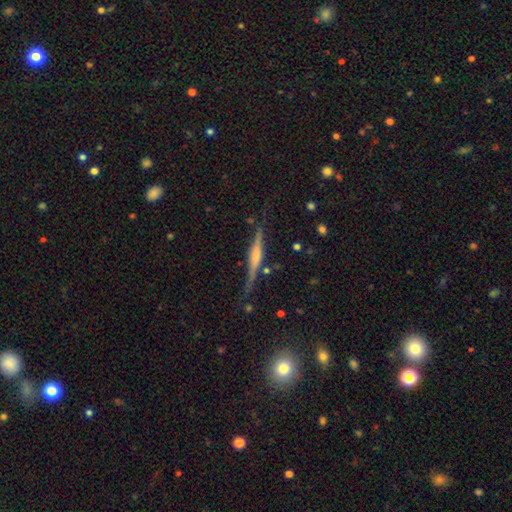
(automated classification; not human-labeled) smooth-or-featured: featured or disk: 74% | smooth: 19% | star or artifact: 8%
  disk-edge-on: yes: 97% | no: 3%
    edge-on-bulge: rounded: 58% | boxy: 26% | none: 16%
  merging: none: 81% | minor disturbance: 13% | major disturbance: 3% | merger: 2%